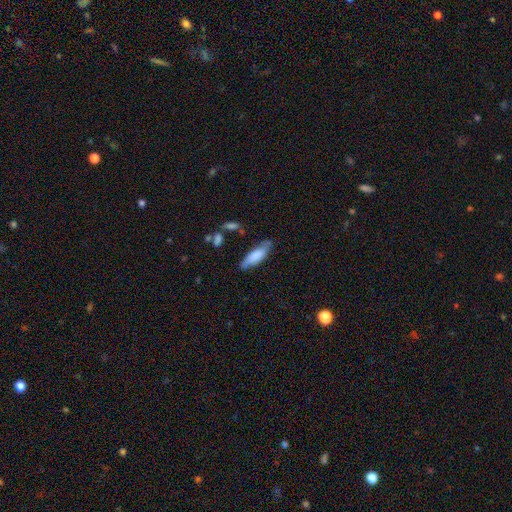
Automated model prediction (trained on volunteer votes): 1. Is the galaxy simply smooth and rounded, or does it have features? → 72% smooth, 22% featured or disk, 6% star or artifact.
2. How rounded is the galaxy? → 58% in between, 40% cigar-shaped, 2% round.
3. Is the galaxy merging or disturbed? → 68% none, 23% minor disturbance, 5% major disturbance, 3% merger.